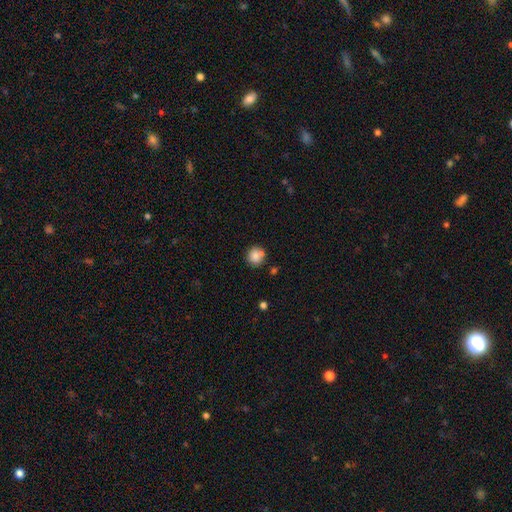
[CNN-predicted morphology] Smooth or featured? Predicted: smooth (p=0.81). How rounded? Predicted: round (p=0.88). Merging? Predicted: none (p=0.69).